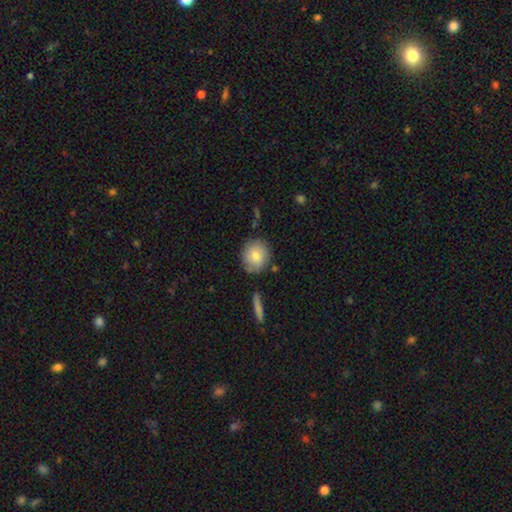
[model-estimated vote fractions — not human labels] The model was most divided on "merging": none: 78%, minor disturbance: 15%, merger: 4%, major disturbance: 3%. More confident: how rounded — round (83%); smooth or featured — smooth (79%).